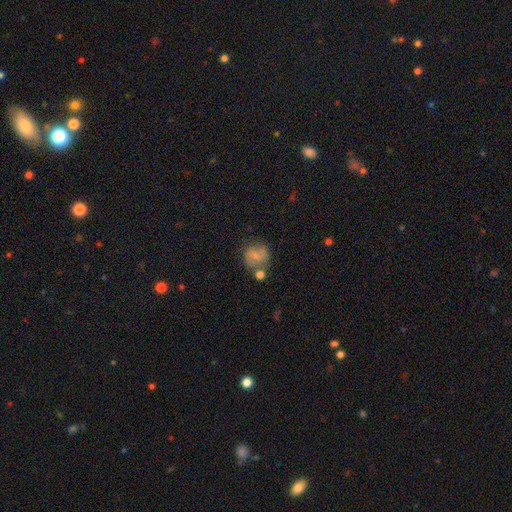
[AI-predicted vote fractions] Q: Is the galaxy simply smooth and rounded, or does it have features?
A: smooth — 46%.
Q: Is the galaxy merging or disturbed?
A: none — 59%.